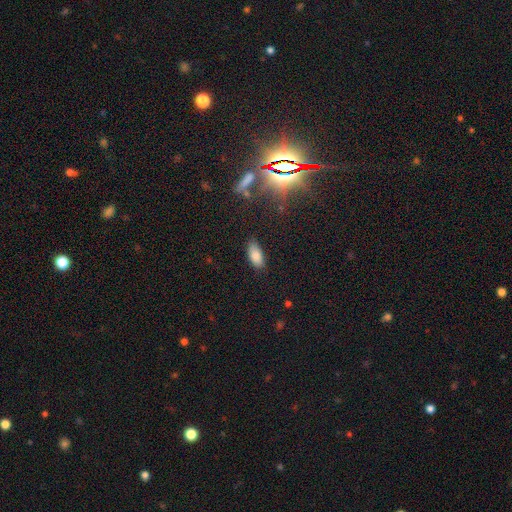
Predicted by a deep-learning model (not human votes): Smooth or featured? Predicted: smooth (p=0.84). How rounded? Predicted: in between (p=0.87). Merging? Predicted: none (p=0.77).